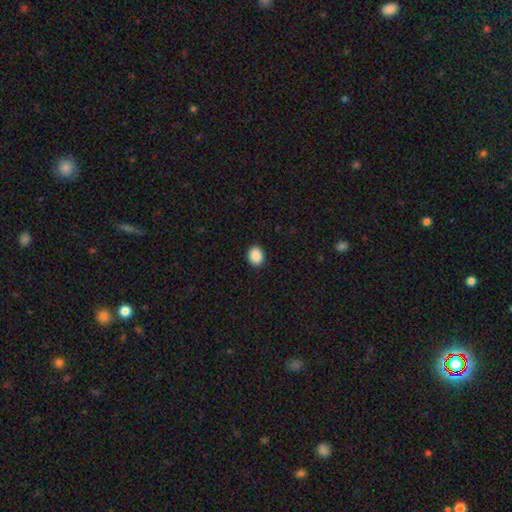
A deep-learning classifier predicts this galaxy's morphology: smooth_or_featured: smooth (p=0.89) [alt: star or artifact p=0.08]
how_rounded: round (p=0.51) [alt: in between p=0.48]
merging: none (p=0.91) [alt: minor disturbance p=0.06]